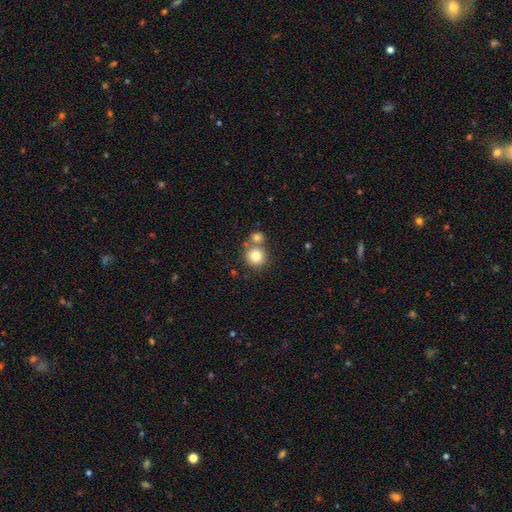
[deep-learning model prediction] Smooth or featured?
  - smooth: 82% *
  - star or artifact: 10%
  - featured or disk: 8%
How rounded?
  - round: 89% *
  - in between: 10%
  - cigar-shaped: 1%
Merging?
  - none: 57% *
  - merger: 32%
  - minor disturbance: 8%
  - major disturbance: 3%